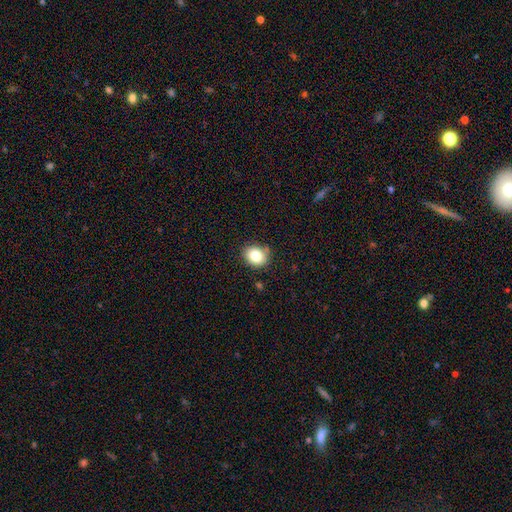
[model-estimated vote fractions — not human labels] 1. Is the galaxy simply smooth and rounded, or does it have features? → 82% smooth, 10% star or artifact, 8% featured or disk.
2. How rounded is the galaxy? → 51% round, 48% in between, 1% cigar-shaped.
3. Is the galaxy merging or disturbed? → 83% none, 12% minor disturbance, 3% major disturbance, 2% merger.